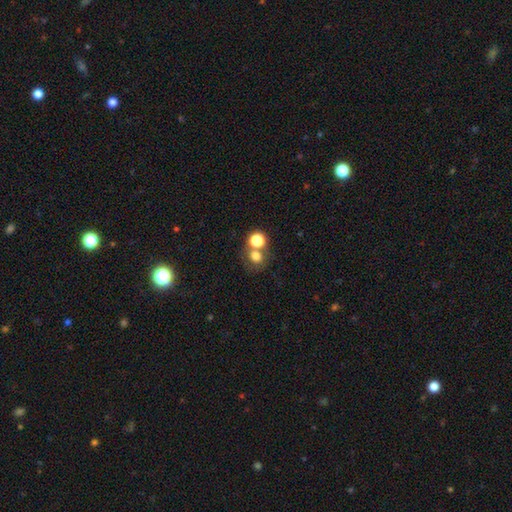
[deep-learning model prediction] smooth_or_featured: smooth (p=0.73) [alt: star or artifact p=0.15]
how_rounded: round (p=0.78) [alt: in between p=0.22]
merging: none (p=0.47) [alt: merger p=0.40]